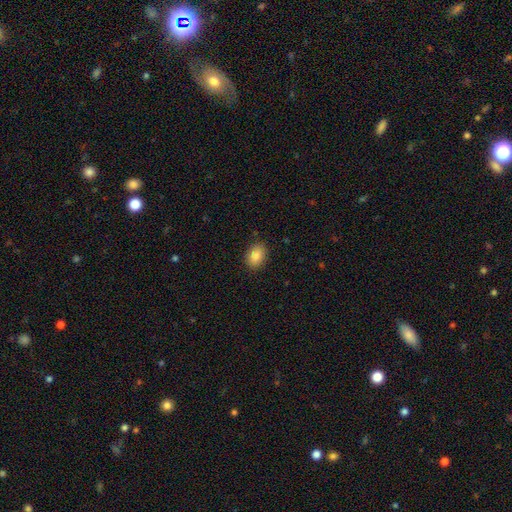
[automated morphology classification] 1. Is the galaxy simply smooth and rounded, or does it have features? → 86% smooth, 8% star or artifact, 6% featured or disk.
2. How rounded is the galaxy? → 76% in between, 23% round, 1% cigar-shaped.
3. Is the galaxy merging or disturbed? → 88% none, 9% minor disturbance, 2% major disturbance, 1% merger.